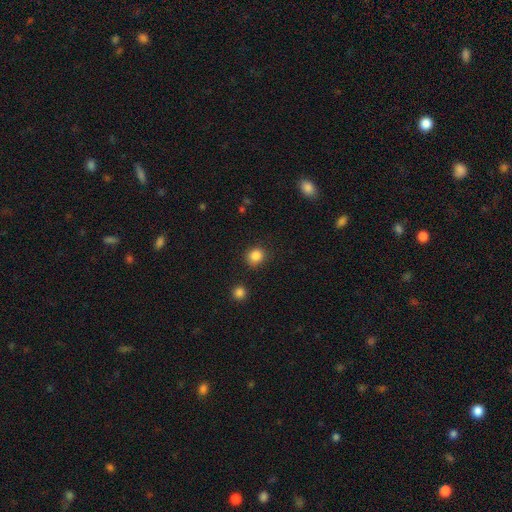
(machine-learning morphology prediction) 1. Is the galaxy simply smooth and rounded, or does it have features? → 86% smooth, 11% star or artifact, 4% featured or disk.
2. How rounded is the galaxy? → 85% round, 14% in between, 1% cigar-shaped.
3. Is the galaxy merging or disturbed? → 87% none, 8% minor disturbance, 3% major disturbance, 2% merger.